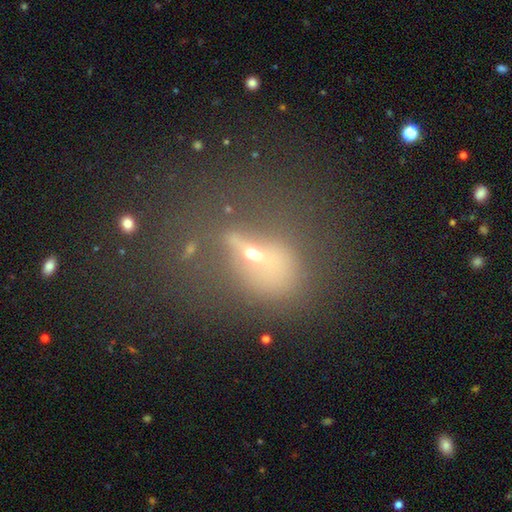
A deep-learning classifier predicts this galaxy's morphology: smooth 41%, featured or disk 30%, star or artifact 29%. Down the decision tree: merging — none (35%).